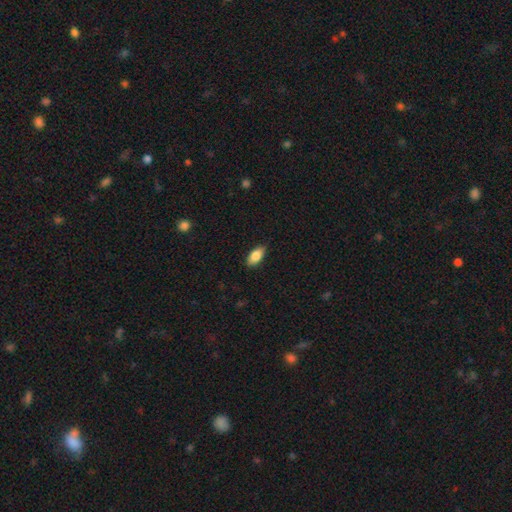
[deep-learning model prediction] smooth_or_featured: smooth (p=0.84) [alt: featured or disk p=0.09]
how_rounded: in between (p=0.90) [alt: cigar-shaped p=0.07]
merging: none (p=0.86) [alt: minor disturbance p=0.11]